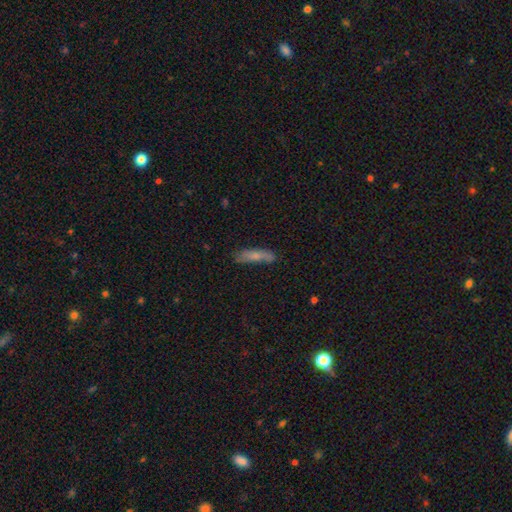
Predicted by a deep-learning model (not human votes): Q: Smooth or featured?
A: smooth (69%); runner-up: featured or disk (24%)
Q: How rounded?
A: cigar-shaped (74%); runner-up: in between (24%)
Q: Merging?
A: none (67%); runner-up: minor disturbance (24%)